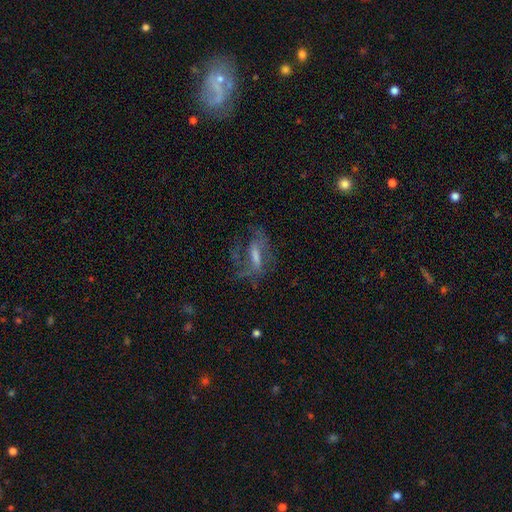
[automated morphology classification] featured or disk 63%, smooth 24%, star or artifact 13%. Down the decision tree: edge-on disk — no (86%); bar — weak (41%); spiral arms — yes (66%); bulge size — moderate (36%); merging — none (50%).